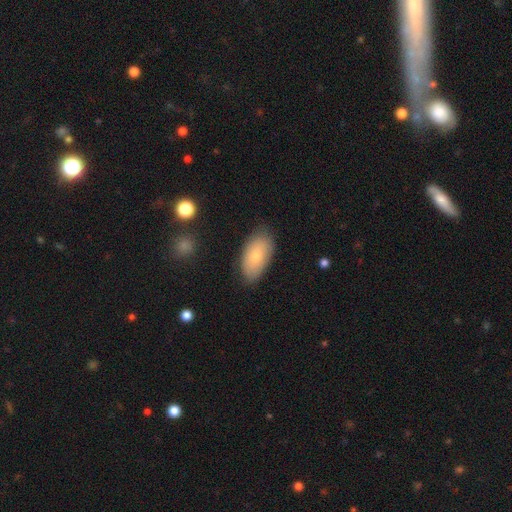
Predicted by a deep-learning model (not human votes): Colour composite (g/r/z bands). It shows a smooth galaxy with no disk features (73%) that is in between round and cigar-shaped (94%). Merging: none (79%).